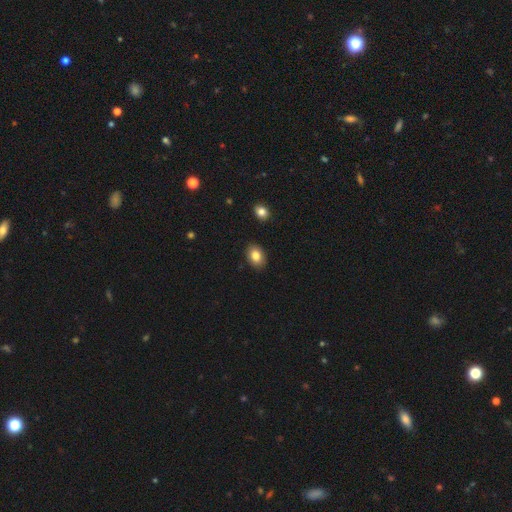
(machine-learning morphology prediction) Smooth or featured? smooth (83%)
How rounded? in between (76%)
Merging? none (89%)